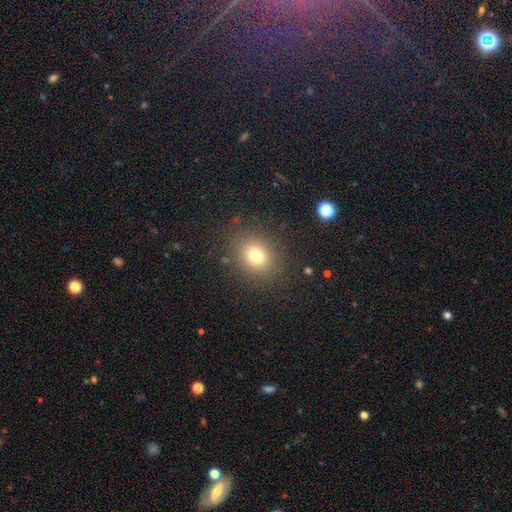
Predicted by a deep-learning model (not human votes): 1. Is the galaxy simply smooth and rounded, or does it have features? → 75% smooth, 15% star or artifact, 10% featured or disk.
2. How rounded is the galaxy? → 64% round, 35% in between, 1% cigar-shaped.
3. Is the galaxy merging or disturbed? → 86% none, 9% minor disturbance, 4% major disturbance, 1% merger.